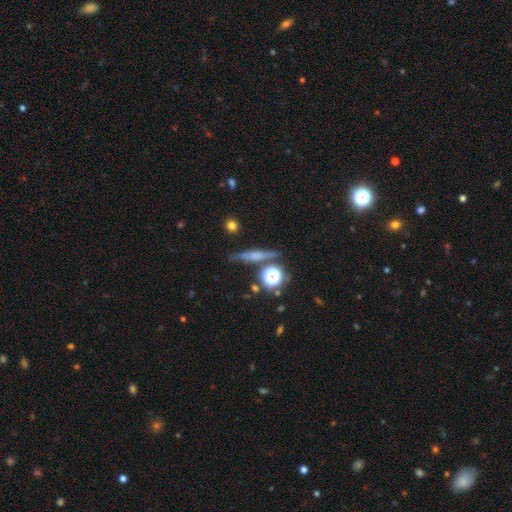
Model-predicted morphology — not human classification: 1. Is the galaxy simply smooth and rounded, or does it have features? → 50% featured or disk, 36% smooth, 14% star or artifact.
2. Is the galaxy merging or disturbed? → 82% none, 10% minor disturbance, 5% merger, 3% major disturbance.